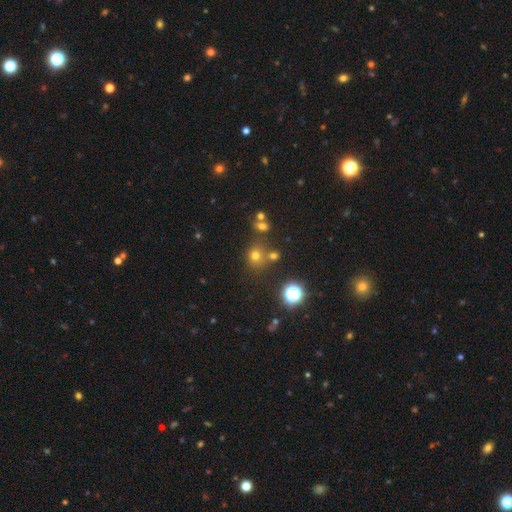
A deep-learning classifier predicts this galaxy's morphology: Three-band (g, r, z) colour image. It shows a smooth galaxy with no disk features (65%) that is round (83%). Merging: none (69%).